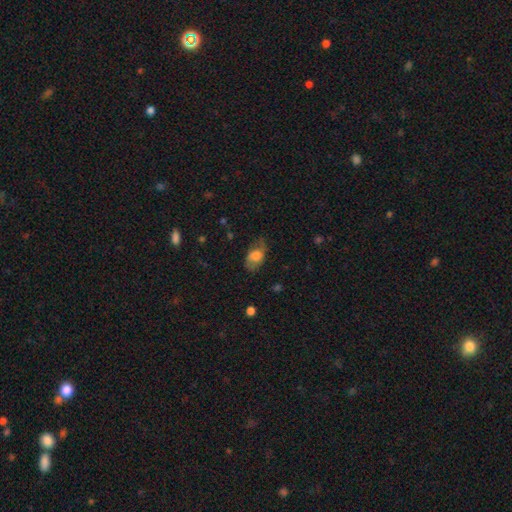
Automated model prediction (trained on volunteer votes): Smooth or featured? Predicted: smooth (p=0.65). How rounded? Predicted: in between (p=0.87). Merging? Predicted: none (p=0.64).